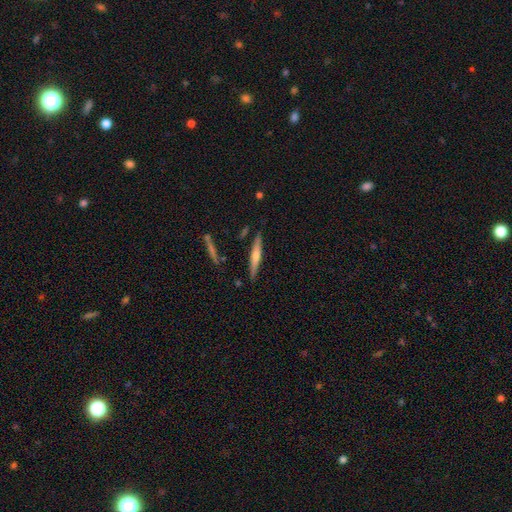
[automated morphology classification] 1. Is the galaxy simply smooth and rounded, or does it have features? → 61% featured or disk, 33% smooth, 6% star or artifact.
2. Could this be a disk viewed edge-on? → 97% yes, 3% no.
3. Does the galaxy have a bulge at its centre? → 83% rounded, 11% none, 7% boxy.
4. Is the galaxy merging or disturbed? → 87% none, 9% minor disturbance, 2% merger, 2% major disturbance.